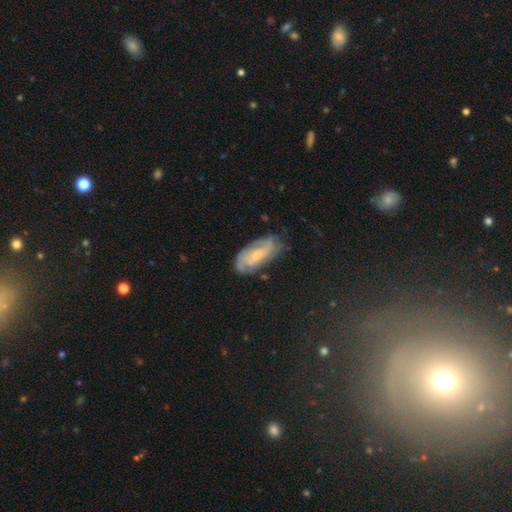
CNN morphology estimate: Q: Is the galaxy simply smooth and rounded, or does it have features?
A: featured or disk — 60%.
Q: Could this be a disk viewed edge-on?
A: no — 91%.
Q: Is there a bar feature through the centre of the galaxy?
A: no — 62%.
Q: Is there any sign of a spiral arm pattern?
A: yes — 83%.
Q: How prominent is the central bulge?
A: small — 57%.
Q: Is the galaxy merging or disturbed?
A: none — 65%.